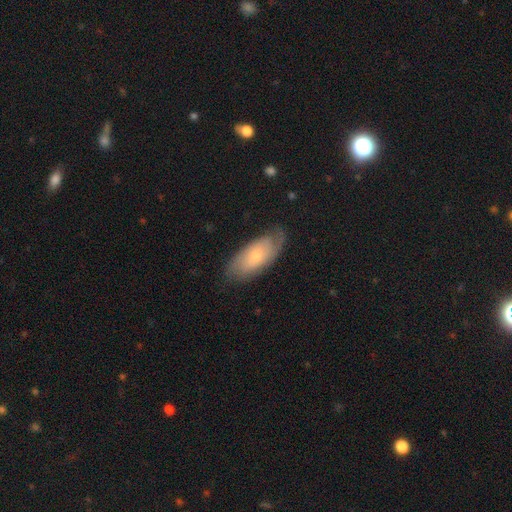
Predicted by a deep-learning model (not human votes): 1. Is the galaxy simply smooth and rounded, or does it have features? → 53% featured or disk, 41% smooth, 6% star or artifact.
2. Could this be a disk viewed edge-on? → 88% no, 12% yes.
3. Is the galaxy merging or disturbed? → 70% none, 21% minor disturbance, 7% major disturbance, 1% merger.